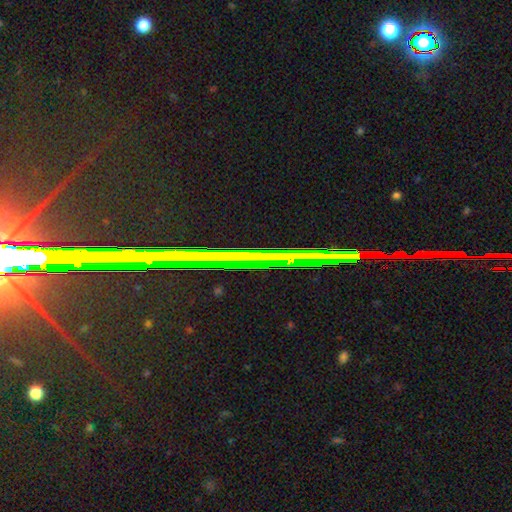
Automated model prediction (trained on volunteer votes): smooth_or_featured: star or artifact (p=0.67) [alt: featured or disk p=0.18]